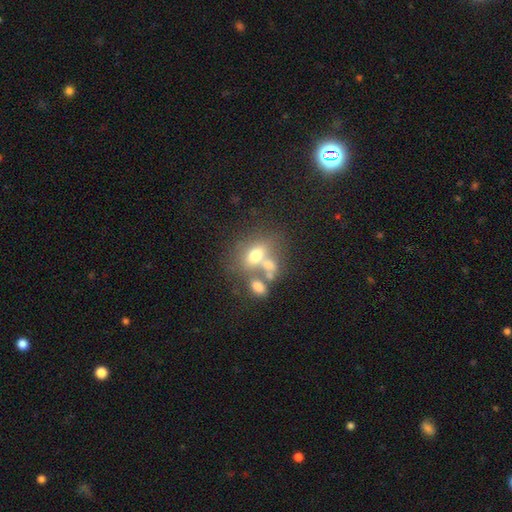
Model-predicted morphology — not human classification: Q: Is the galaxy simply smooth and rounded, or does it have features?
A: smooth — 63%.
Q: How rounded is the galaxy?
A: in between — 71%.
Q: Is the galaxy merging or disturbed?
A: merger — 43%.